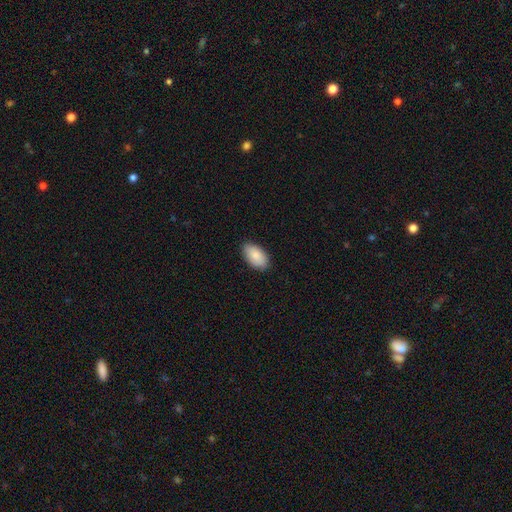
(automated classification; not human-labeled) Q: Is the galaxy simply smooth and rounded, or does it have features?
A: smooth — 87%.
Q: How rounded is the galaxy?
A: in between — 95%.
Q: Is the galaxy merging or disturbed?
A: none — 86%.